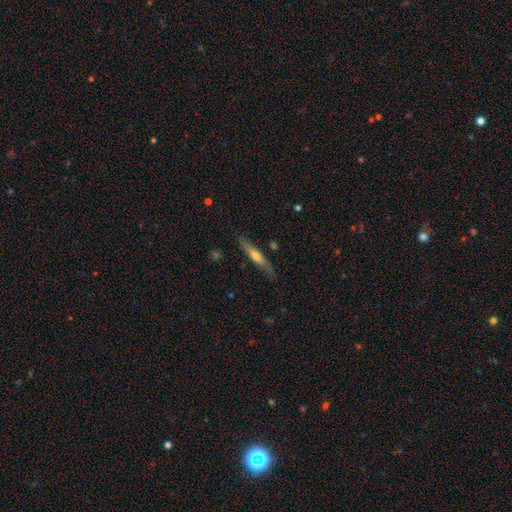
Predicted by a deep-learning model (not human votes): Overall: featured or disk (50%; smooth 44%). Edge-on disk: yes (89%). Merging: none (84%).